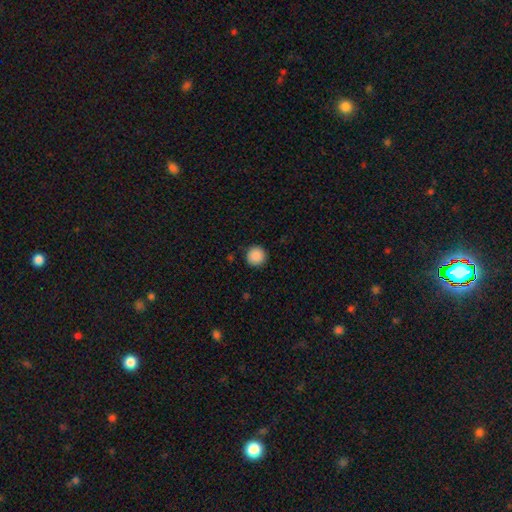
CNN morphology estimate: type=smooth (89%); roundness=round (95%); merging=none (91%).